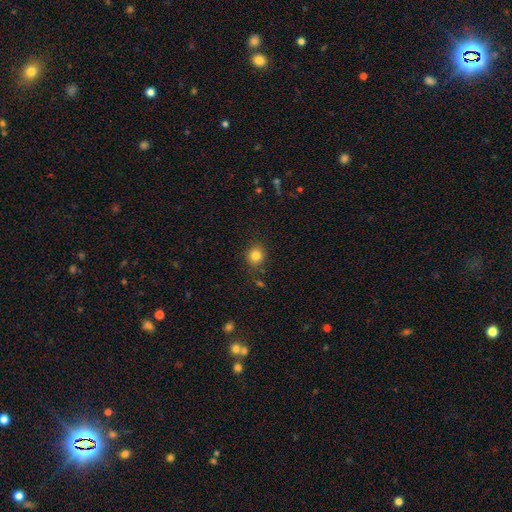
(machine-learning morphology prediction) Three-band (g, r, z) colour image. It shows a smooth galaxy with no disk features (83%) that is round (83%). Merging: none (85%).